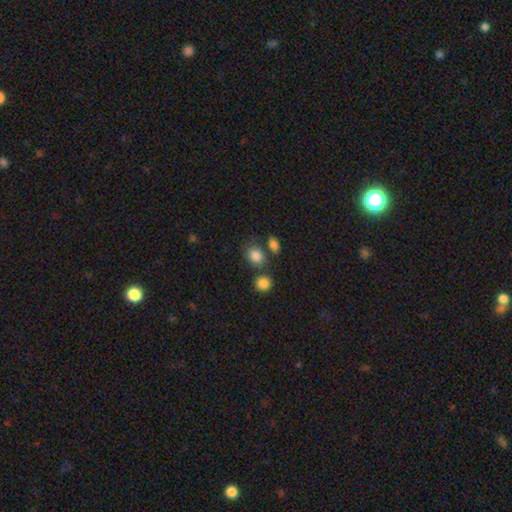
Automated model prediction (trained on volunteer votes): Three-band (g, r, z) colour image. It shows a smooth galaxy with no disk features (84%) that is in between round and cigar-shaped (50%). Merging: none (59%).